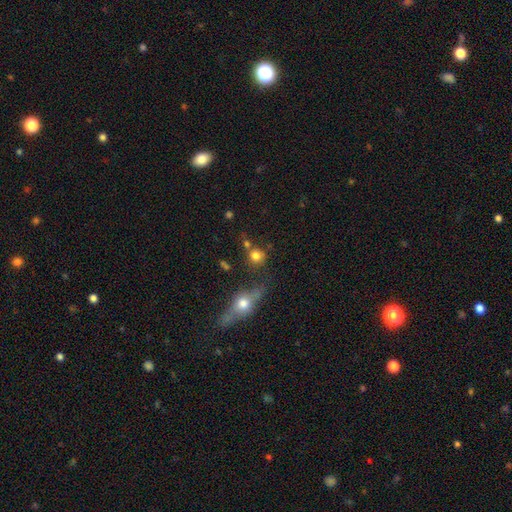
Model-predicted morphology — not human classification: smooth_or_featured: smooth (p=0.77) [alt: star or artifact p=0.12]
how_rounded: round (p=0.83) [alt: in between p=0.15]
merging: none (p=0.65) [alt: merger p=0.18]